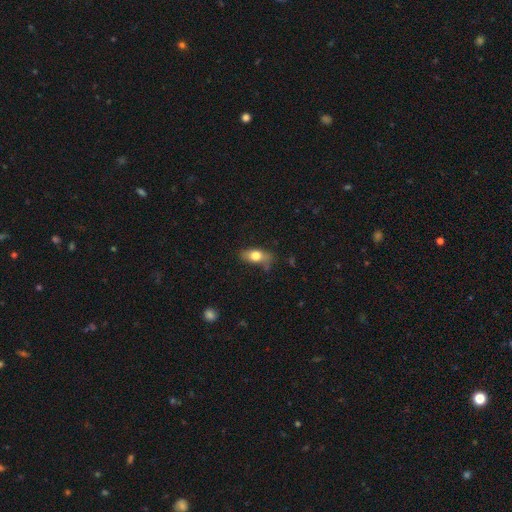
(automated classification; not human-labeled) Smooth or featured? Predicted: smooth (p=0.71). How rounded? Predicted: in between (p=0.80). Merging? Predicted: none (p=0.61).